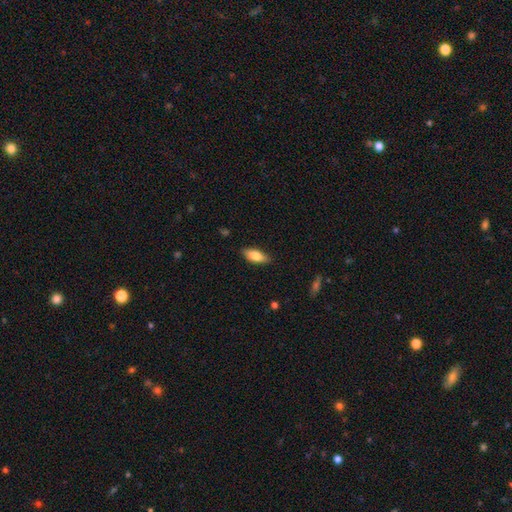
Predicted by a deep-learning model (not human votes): Morphology: type=smooth (79%); roundness=in between (80%); merging=none (86%).